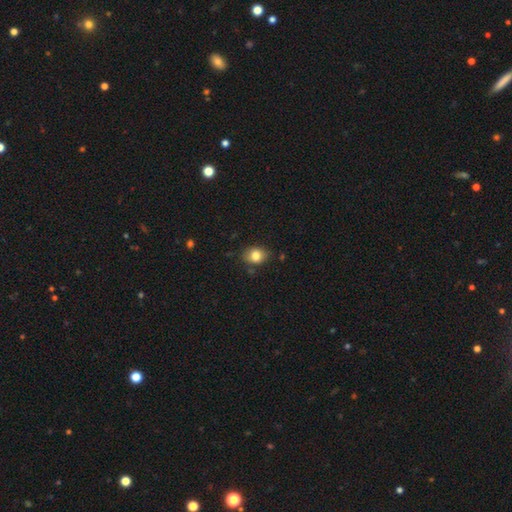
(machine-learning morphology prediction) smooth-or-featured: smooth: 82% | star or artifact: 9% | featured or disk: 8%
  how-rounded: in between: 58% | round: 41% | cigar-shaped: 1%
  merging: none: 76% | minor disturbance: 18% | major disturbance: 4% | merger: 3%